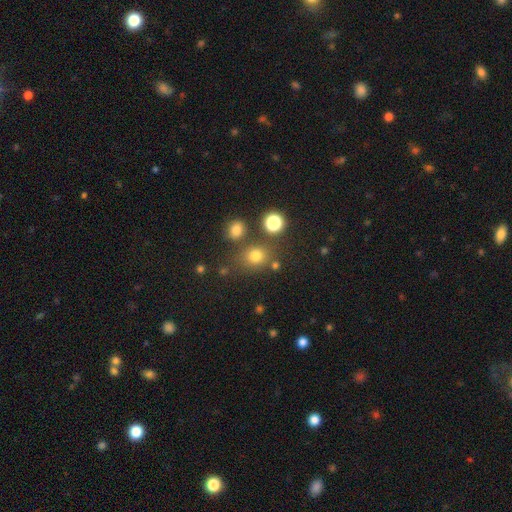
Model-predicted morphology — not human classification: The model was most divided on "how rounded": round: 72%, in between: 27%, cigar-shaped: 1%. More confident: smooth or featured — smooth (74%); merging — none (72%).